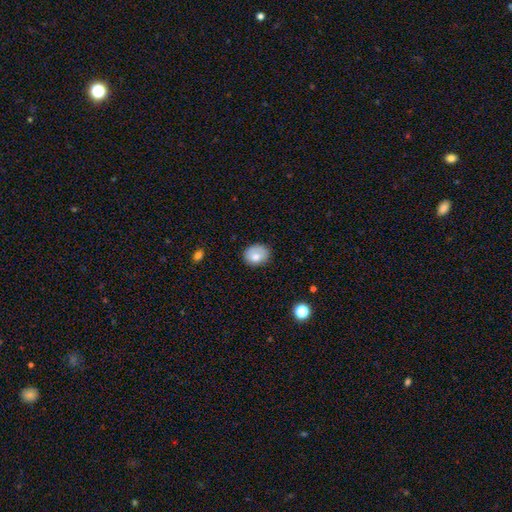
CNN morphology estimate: smooth-or-featured: smooth: 78% | featured or disk: 13% | star or artifact: 8%
  how-rounded: in between: 52% | round: 47% | cigar-shaped: 1%
  merging: none: 69% | minor disturbance: 23% | major disturbance: 6% | merger: 2%